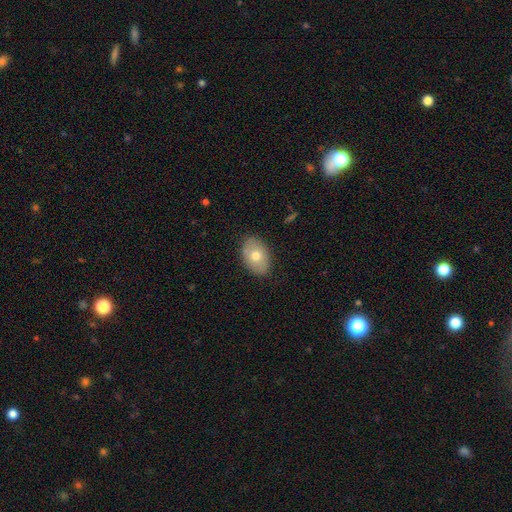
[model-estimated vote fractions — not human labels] This is likely a smooth galaxy (70%). How rounded: clearly in between (86%). Merging: clearly none (84%).